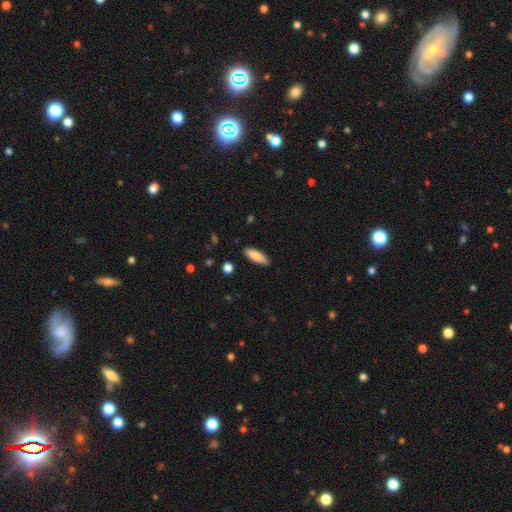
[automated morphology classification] A smooth galaxy with no disk features (85%) that is in between round and cigar-shaped (53%).

Vote fractions:
- Smooth or featured? smooth: 85% / featured or disk: 9% / star or artifact: 6%
- How rounded? in between: 53% / cigar-shaped: 45% / round: 2%
- Merging? none: 87% / minor disturbance: 10% / major disturbance: 2% / merger: 1%